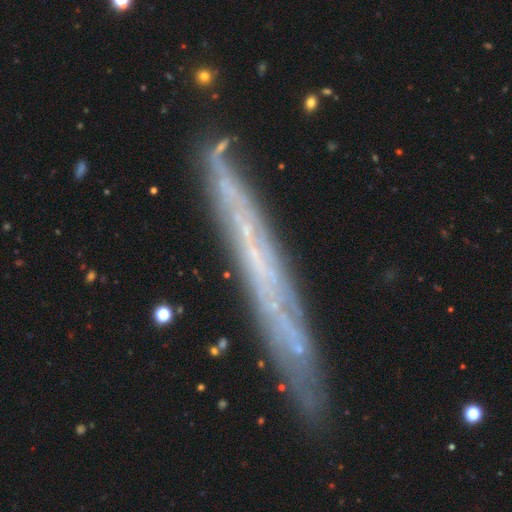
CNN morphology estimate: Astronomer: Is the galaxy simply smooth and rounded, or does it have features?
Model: featured or disk — 68%.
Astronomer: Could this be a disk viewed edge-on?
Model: yes — 84%.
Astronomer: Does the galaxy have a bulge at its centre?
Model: none — 90%.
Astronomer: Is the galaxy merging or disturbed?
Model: none — 83%.